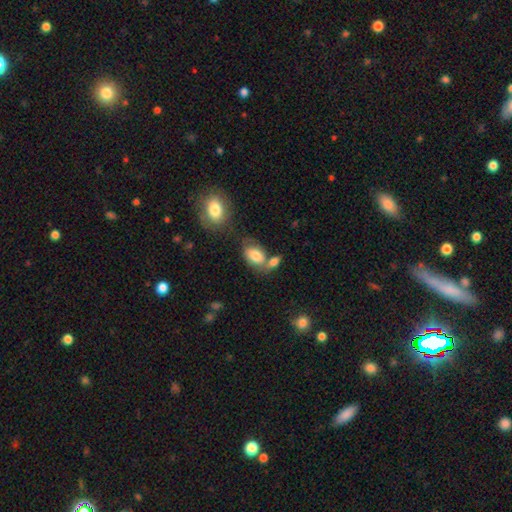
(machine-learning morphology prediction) A smooth galaxy with no disk features (78%) that is in between round and cigar-shaped (89%). Merging: none (40%).